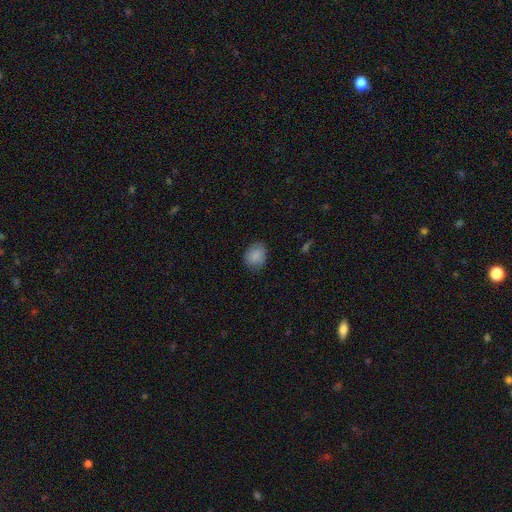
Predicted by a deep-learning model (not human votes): This appears to be a smooth galaxy with no disk features (87%) that is round (54%). Merging: none (81%).